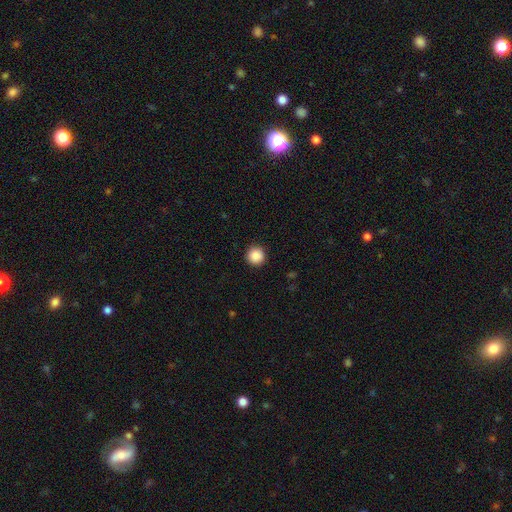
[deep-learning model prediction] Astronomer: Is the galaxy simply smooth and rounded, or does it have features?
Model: smooth — 88%.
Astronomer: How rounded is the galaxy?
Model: round — 96%.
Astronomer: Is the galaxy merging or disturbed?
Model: none — 93%.